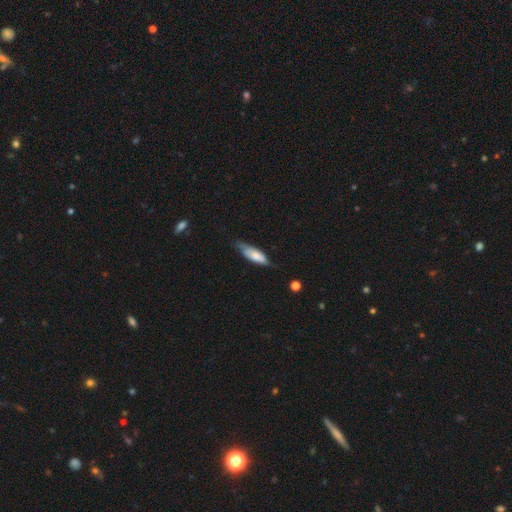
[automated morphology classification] Smooth or featured?
  - smooth: 67% *
  - featured or disk: 27%
  - star or artifact: 6%
How rounded?
  - in between: 58% *
  - cigar-shaped: 40%
  - round: 2%
Merging?
  - none: 55% *
  - minor disturbance: 34%
  - major disturbance: 8%
  - merger: 2%